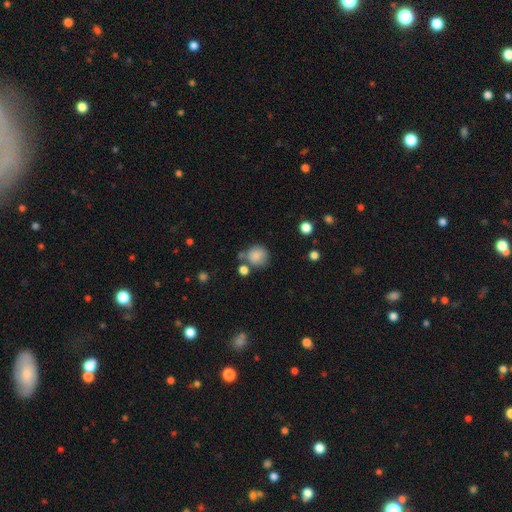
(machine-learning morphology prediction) smooth 83%, star or artifact 10%, featured or disk 8%. Down the decision tree: how rounded — round (86%); merging — none (64%).